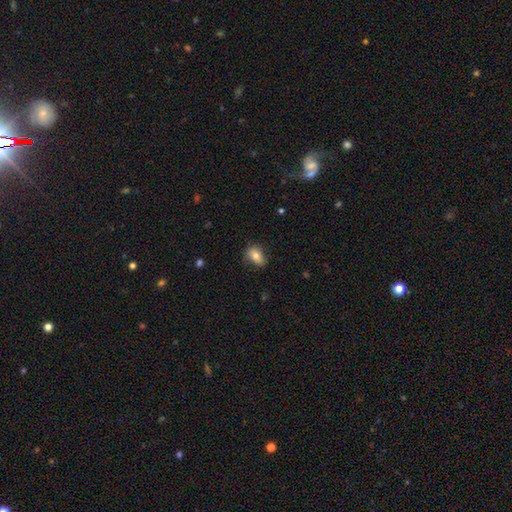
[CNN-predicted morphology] smooth 77%, featured or disk 14%, star or artifact 8%. Down the decision tree: how rounded — in between (82%); merging — none (74%).